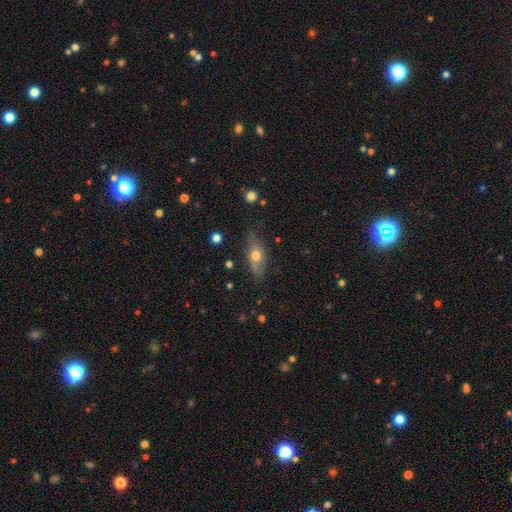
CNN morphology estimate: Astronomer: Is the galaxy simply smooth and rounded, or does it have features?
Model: smooth — 58% (runner-up: featured or disk, 34%).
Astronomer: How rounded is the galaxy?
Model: in between — 71%.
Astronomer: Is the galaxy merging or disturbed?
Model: none — 70%.